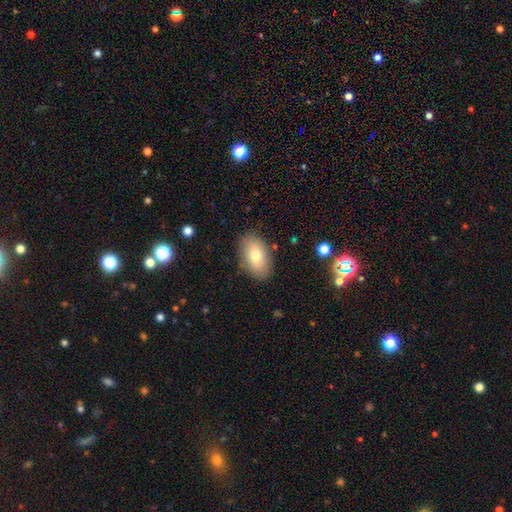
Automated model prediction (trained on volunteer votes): Morphology: type=smooth (75%); roundness=in between (91%); merging=none (85%).